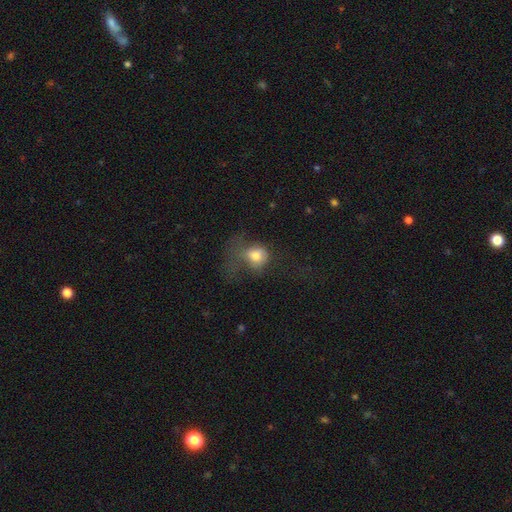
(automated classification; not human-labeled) Morphology: type=smooth (71%); roundness=round (58%); merging=major disturbance (56%).